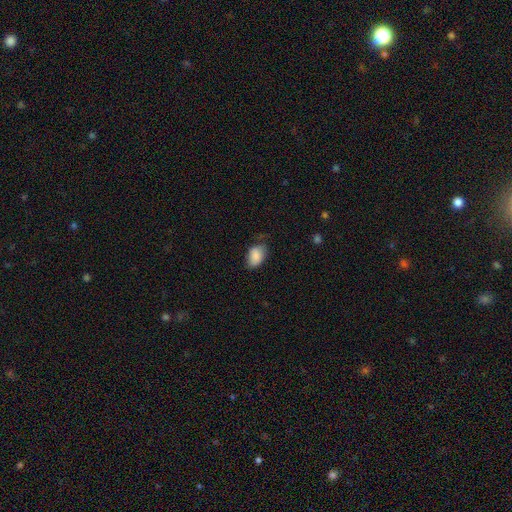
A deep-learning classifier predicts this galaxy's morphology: A smooth galaxy with no disk features (86%) that is in between round and cigar-shaped (87%).

Vote fractions:
- Smooth or featured? smooth: 86% / featured or disk: 8% / star or artifact: 7%
- How rounded? in between: 87% / round: 12% / cigar-shaped: 1%
- Merging? none: 58% / minor disturbance: 32% / major disturbance: 9% / merger: 1%